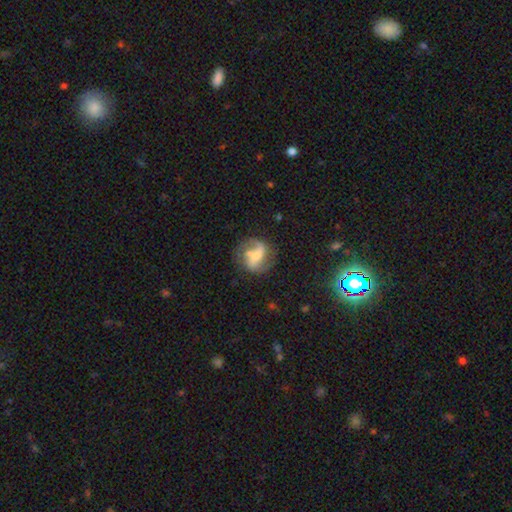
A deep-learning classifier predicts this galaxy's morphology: A featured or disk galaxy (75%) with a weak bar (39%), 2 (84%) medium (43%) spiral arms (91%) and a moderate central bulge (47%). Merging: none (67%).